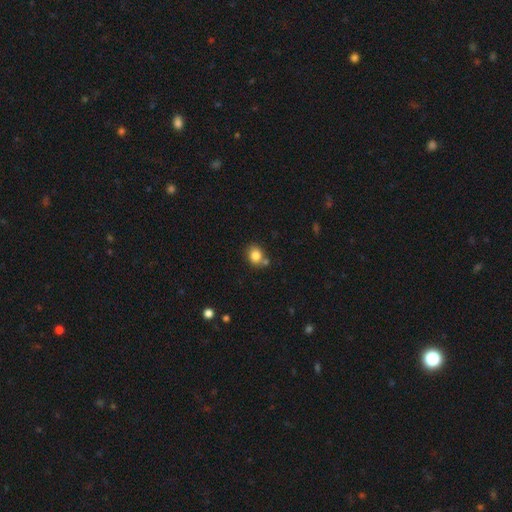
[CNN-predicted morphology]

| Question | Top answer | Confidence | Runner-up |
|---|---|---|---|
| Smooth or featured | smooth | 83% | star or artifact (10%) |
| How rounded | round | 65% | in between (34%) |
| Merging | none | 65% | merger (18%) |